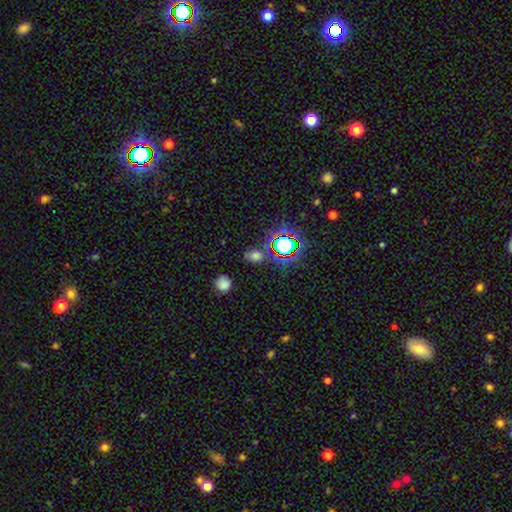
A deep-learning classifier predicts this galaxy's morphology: Smooth or featured? smooth (60%)
How rounded? in between (66%)
Merging? none (76%)